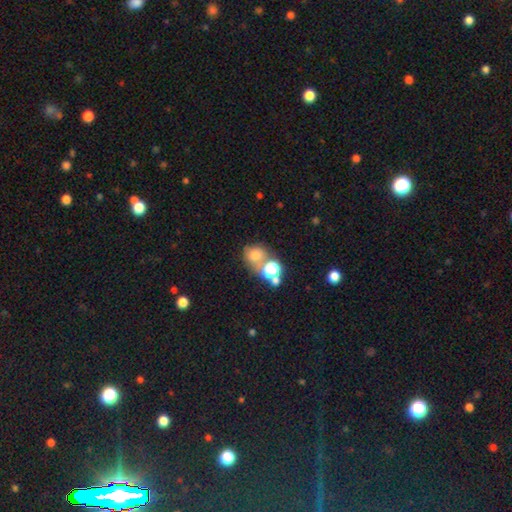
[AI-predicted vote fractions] A smooth galaxy with no disk features (66%) that is round (71%).

Vote fractions:
- Smooth or featured? smooth: 66% / star or artifact: 22% / featured or disk: 12%
- How rounded? round: 71% / in between: 28% / cigar-shaped: 1%
- Merging? none: 46% / merger: 35% / minor disturbance: 11% / major disturbance: 8%